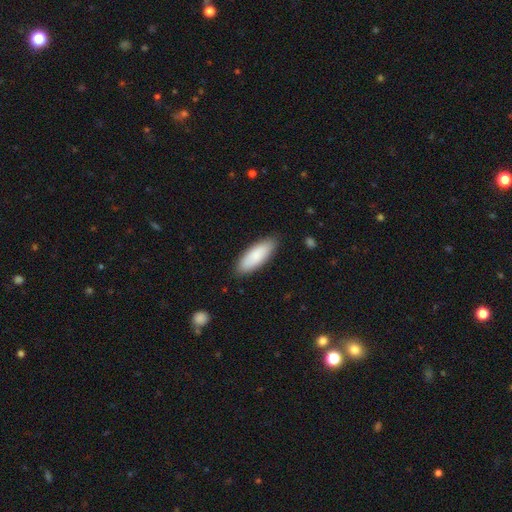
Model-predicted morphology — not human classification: Q: Smooth or featured?
A: smooth (85%); runner-up: featured or disk (10%)
Q: How rounded?
A: in between (66%); runner-up: cigar-shaped (32%)
Q: Merging?
A: none (87%); runner-up: minor disturbance (10%)